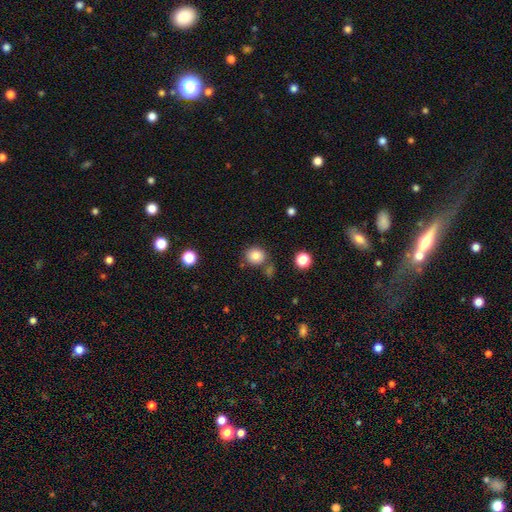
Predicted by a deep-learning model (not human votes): This appears to be a smooth galaxy with no disk features (82%) that is round (82%). Merging: none (76%).